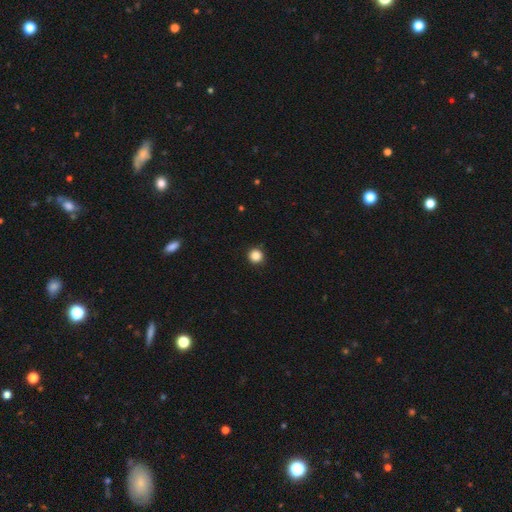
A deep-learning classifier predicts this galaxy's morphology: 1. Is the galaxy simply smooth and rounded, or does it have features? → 86% smooth, 11% star or artifact, 3% featured or disk.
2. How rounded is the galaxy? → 96% round, 3% in between, 1% cigar-shaped.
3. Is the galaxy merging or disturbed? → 92% none, 5% minor disturbance, 2% major disturbance, 1% merger.